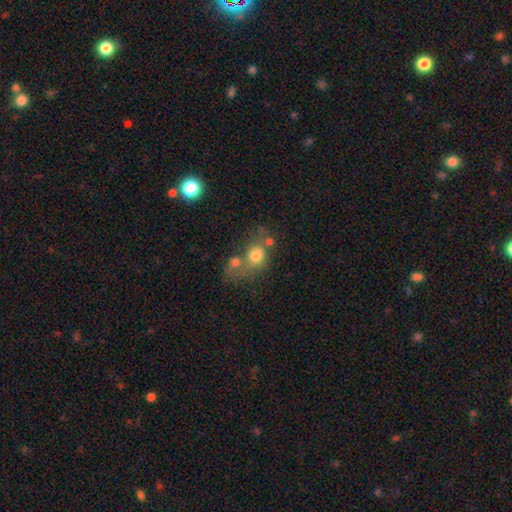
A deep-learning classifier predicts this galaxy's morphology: A smooth galaxy with no disk features (70%) that is round (57%). Merging: merger (46%).